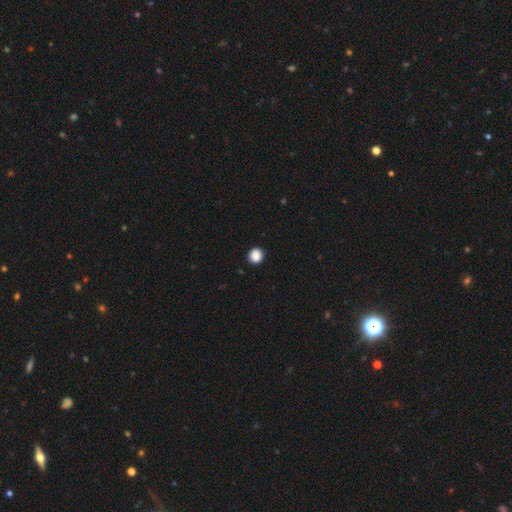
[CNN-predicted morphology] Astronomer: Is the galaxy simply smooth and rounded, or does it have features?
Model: smooth — 88%.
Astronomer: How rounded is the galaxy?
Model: round — 90%.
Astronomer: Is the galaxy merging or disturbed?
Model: none — 91%.